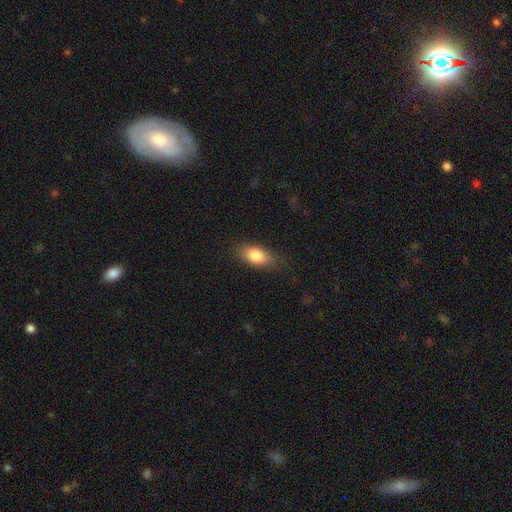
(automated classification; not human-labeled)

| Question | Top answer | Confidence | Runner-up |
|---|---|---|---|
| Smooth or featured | smooth | 82% | featured or disk (11%) |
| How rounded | in between | 87% | cigar-shaped (7%) |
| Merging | none | 81% | minor disturbance (14%) |